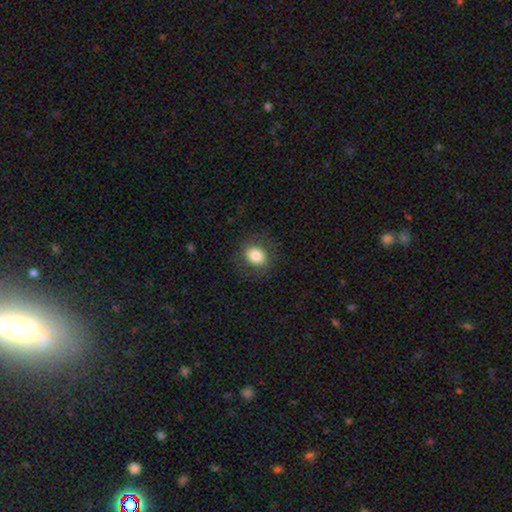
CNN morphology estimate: This is clearly a smooth galaxy (80%). How rounded: possibly round (58%). Merging: clearly none (82%).